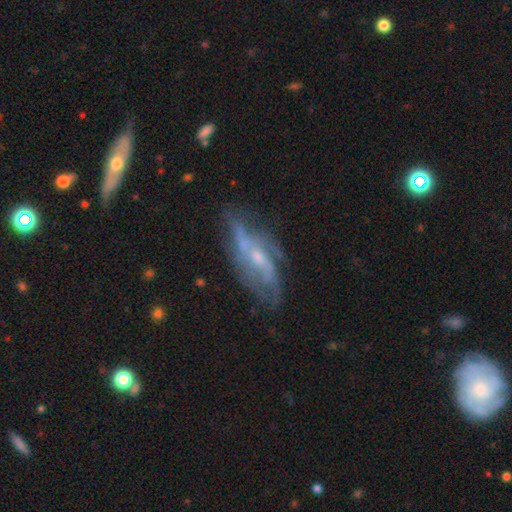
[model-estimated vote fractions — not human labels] Smooth or featured: featured or disk — 74% (smooth — 18%)
Edge-on disk: no — 79% (yes — 21%)
Bar: no — 55% (weak — 35%)
Spiral arms: yes — 71% (no — 29%)
Bulge size: small — 58% (moderate — 34%)
Merging: none — 53% (minor disturbance — 26%)